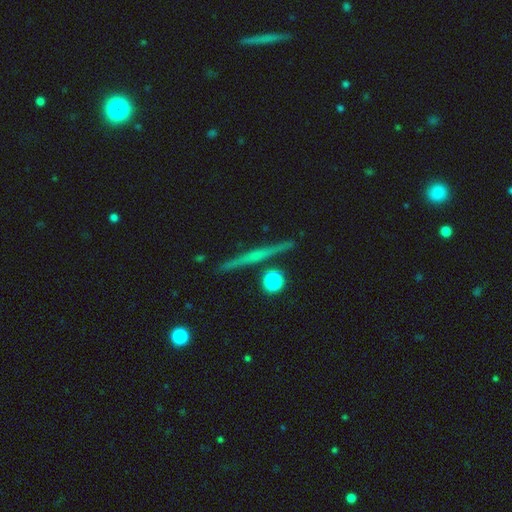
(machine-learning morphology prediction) featured or disk 64%, smooth 27%, star or artifact 9%. Down the decision tree: edge-on disk — yes (97%); edge-on bulge — none (68%); merging — none (89%).